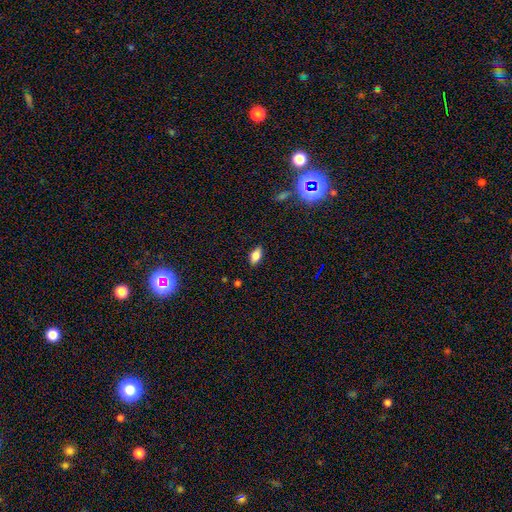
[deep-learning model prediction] Smooth or featured: smooth — 71% (featured or disk — 19%)
How rounded: in between — 85% (cigar-shaped — 11%)
Merging: none — 86% (minor disturbance — 10%)